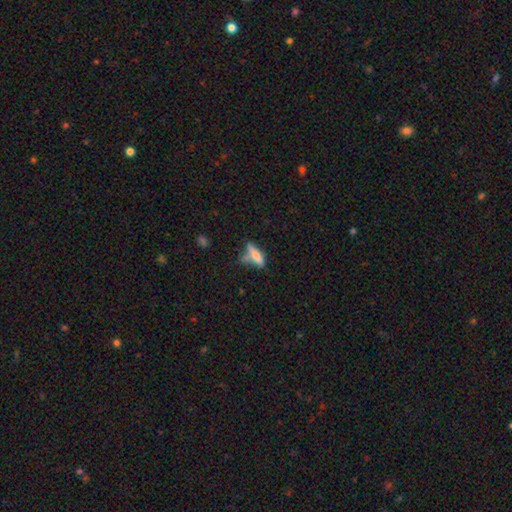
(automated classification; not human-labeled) smooth 64%, featured or disk 27%, star or artifact 9%. Down the decision tree: how rounded — cigar-shaped (59%); merging — none (44%).